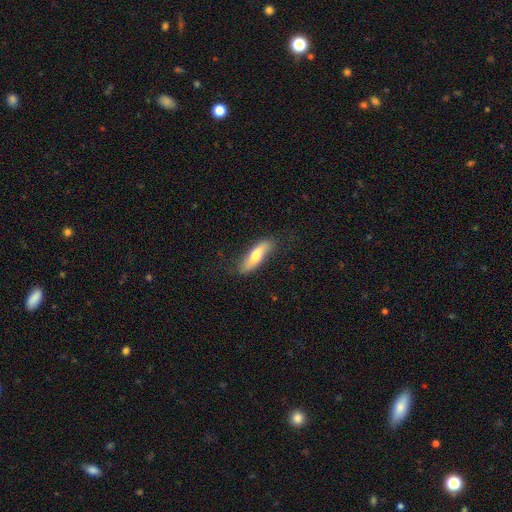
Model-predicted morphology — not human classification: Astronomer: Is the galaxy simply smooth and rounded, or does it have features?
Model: smooth — 57% (runner-up: featured or disk, 38%).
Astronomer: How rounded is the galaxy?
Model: cigar-shaped — 55% (runner-up: in between, 43%).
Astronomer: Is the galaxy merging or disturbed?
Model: none — 76%.